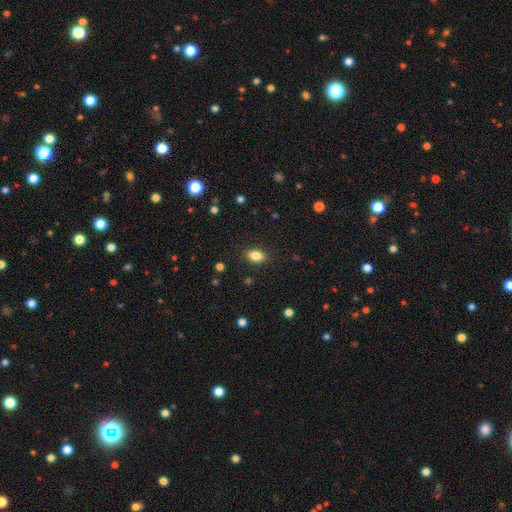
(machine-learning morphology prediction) Q: Smooth or featured?
A: smooth (85%); runner-up: star or artifact (9%)
Q: How rounded?
A: in between (88%); runner-up: round (8%)
Q: Merging?
A: none (87%); runner-up: minor disturbance (9%)